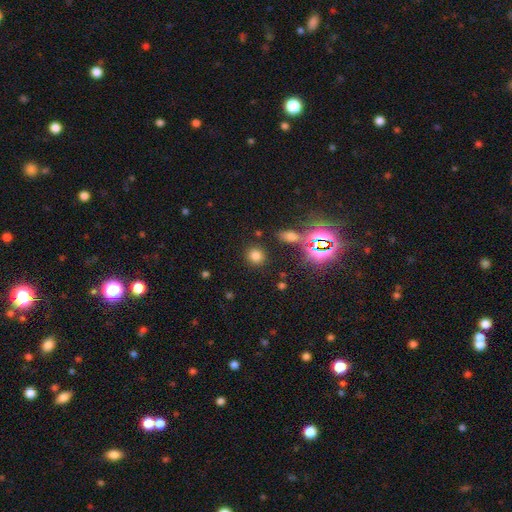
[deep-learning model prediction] smooth 74%, star or artifact 20%, featured or disk 6%. Down the decision tree: how rounded — round (87%); merging — none (86%).